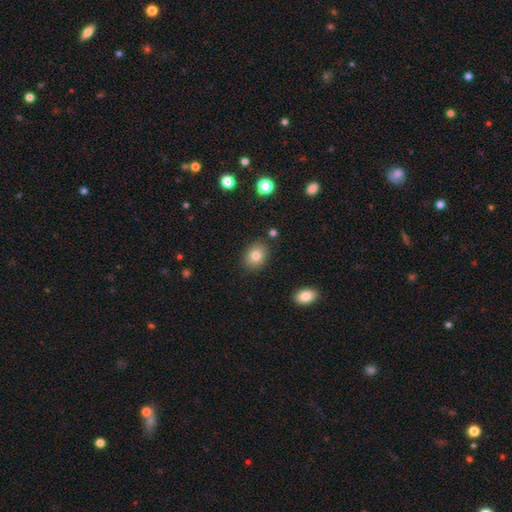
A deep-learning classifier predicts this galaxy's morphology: Smooth or featured: smooth — 80% (featured or disk — 10%)
How rounded: in between — 65% (round — 34%)
Merging: none — 85% (minor disturbance — 10%)